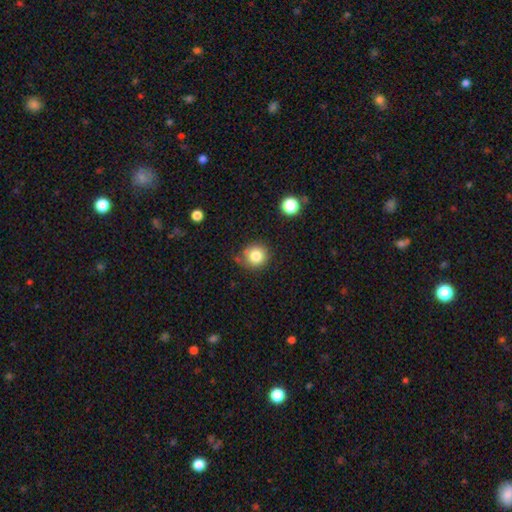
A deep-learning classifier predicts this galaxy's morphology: A smooth galaxy with no disk features (81%) that is round (92%).

Vote fractions:
- Smooth or featured? smooth: 81% / star or artifact: 11% / featured or disk: 8%
- How rounded? round: 92% / in between: 7% / cigar-shaped: 1%
- Merging? none: 75% / minor disturbance: 17% / major disturbance: 5% / merger: 4%